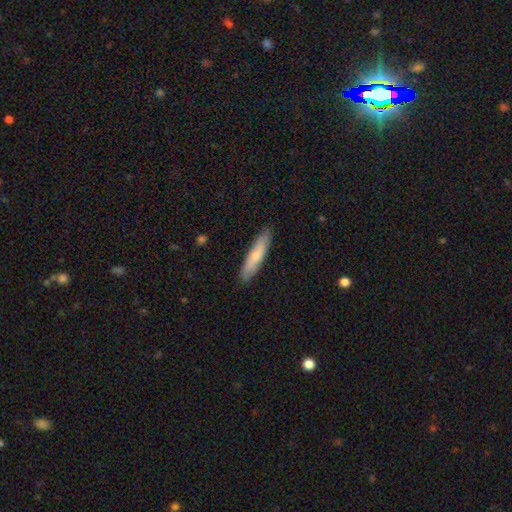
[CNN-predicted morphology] This appears to be a smooth galaxy with no disk features (71%) that is cigar-shaped (82%). Merging: none (88%).